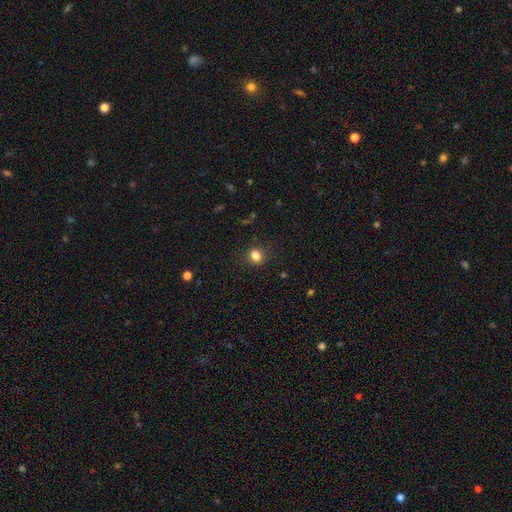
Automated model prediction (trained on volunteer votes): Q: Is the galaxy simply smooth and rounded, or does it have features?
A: smooth — 83%.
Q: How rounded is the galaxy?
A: round — 71%.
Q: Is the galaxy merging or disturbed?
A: none — 86%.